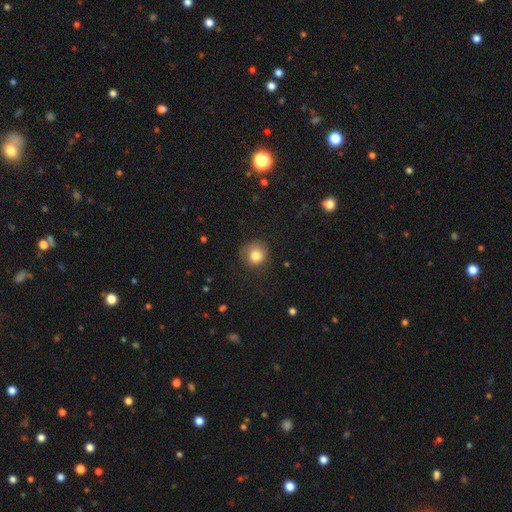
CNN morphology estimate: smooth-or-featured: smooth: 81% | star or artifact: 10% | featured or disk: 9%
  how-rounded: round: 87% | in between: 12% | cigar-shaped: 1%
  merging: none: 71% | minor disturbance: 20% | major disturbance: 7% | merger: 1%